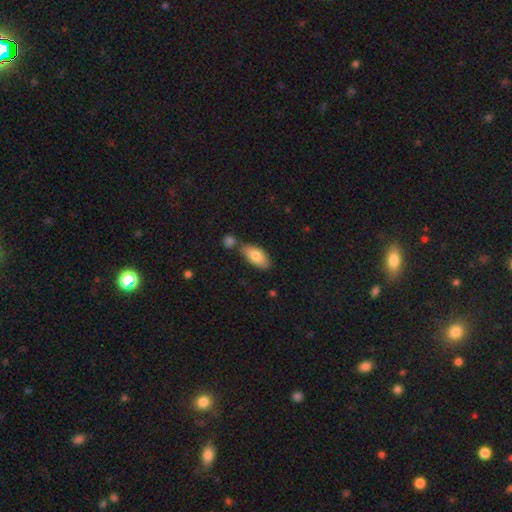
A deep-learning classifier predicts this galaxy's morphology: smooth-or-featured: smooth: 80% | featured or disk: 14% | star or artifact: 6%
  how-rounded: in between: 89% | cigar-shaped: 9% | round: 3%
  merging: none: 68% | merger: 14% | minor disturbance: 14% | major disturbance: 3%